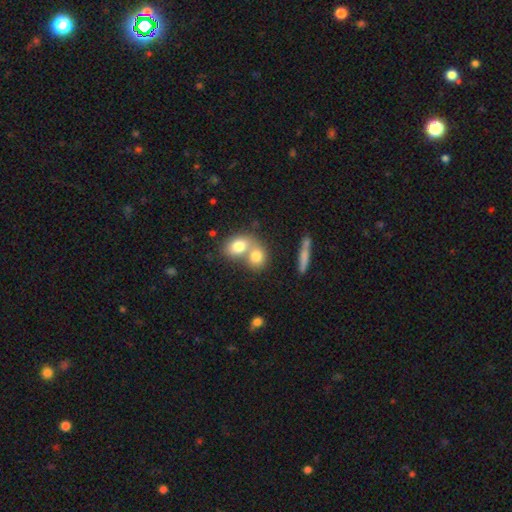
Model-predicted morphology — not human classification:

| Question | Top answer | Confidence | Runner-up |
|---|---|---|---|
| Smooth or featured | smooth | 75% | featured or disk (15%) |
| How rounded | in between | 52% | round (45%) |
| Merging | merger | 63% | none (28%) |